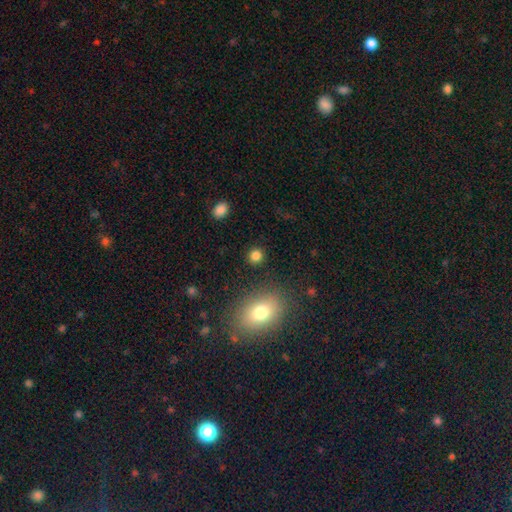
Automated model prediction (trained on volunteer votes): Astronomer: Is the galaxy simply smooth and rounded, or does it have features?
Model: smooth — 83%.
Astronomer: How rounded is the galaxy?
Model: round — 87%.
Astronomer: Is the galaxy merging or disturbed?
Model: none — 89%.